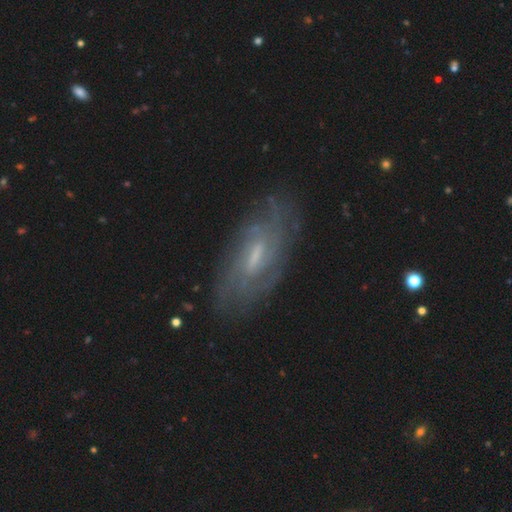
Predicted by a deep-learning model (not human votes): A featured or disk galaxy (72%) with a weak bar (55%), tight (59%) spiral arms (82%) and a small central bulge (43%).

Vote fractions:
- Smooth or featured? featured or disk: 72% / smooth: 19% / star or artifact: 8%
- Edge-on disk? no: 87% / yes: 13%
- Bar? weak: 55% / no: 29% / strong: 16%
- Spiral arms? yes: 82% / no: 18%
- Spiral winding? tight: 59% / medium: 30% / loose: 11%
- Spiral arm count? can't tell: 62% / 2: 16% / 3: 7% / 4: 7% / more than 4: 4% / 1: 4%
- Bulge size? small: 43% / moderate: 41% / none: 12% / large: 4% / dominant: 1%
- Merging? none: 77% / minor disturbance: 16% / major disturbance: 6% / merger: 2%